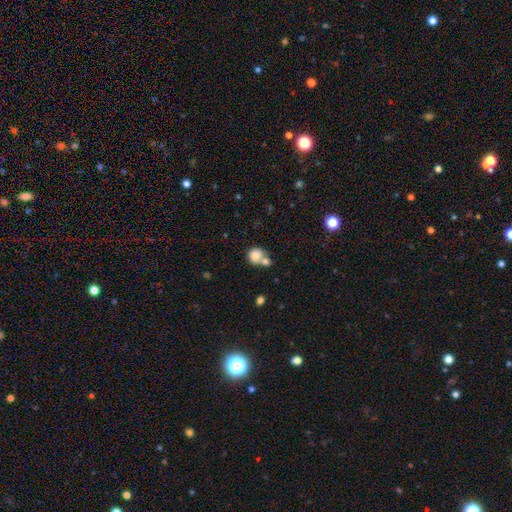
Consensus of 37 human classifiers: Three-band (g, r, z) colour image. It shows a smooth galaxy with no disk features (84%) that is round (84%). Merging: merger (59%).